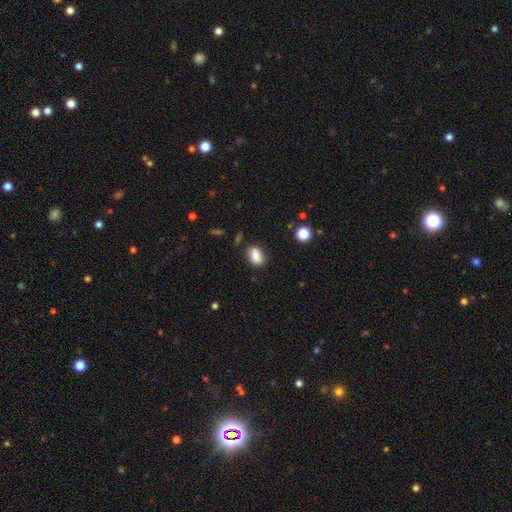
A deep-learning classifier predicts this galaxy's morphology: The model was most divided on "how rounded": in between: 81%, round: 17%, cigar-shaped: 2%. More confident: smooth or featured — smooth (87%); merging — none (80%).